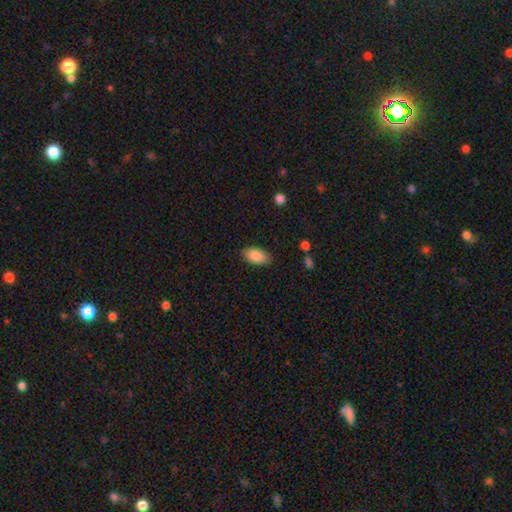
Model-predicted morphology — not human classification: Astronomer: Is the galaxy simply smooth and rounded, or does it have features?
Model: smooth — 88%.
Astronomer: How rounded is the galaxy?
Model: in between — 94%.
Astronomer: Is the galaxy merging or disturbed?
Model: none — 82%.